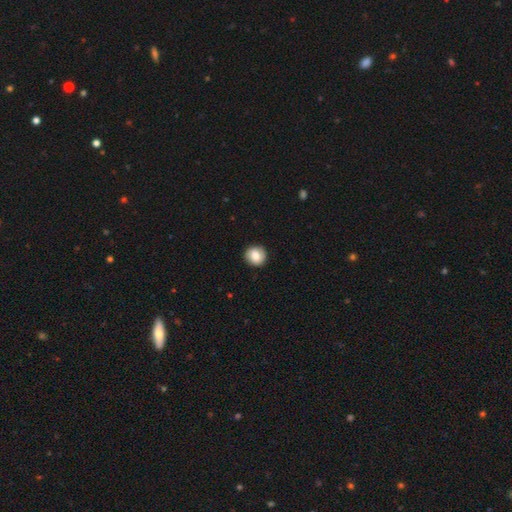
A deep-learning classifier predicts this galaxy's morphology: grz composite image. It shows a smooth galaxy with no disk features (78%) that is round (90%). Merging: none (89%).